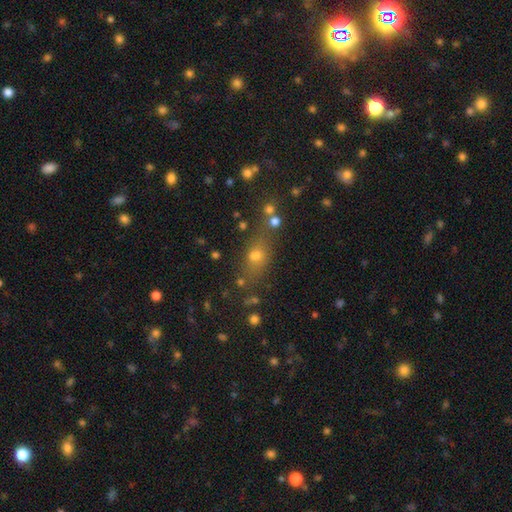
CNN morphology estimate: Smooth or featured?
  - smooth: 49% *
  - star or artifact: 39%
  - featured or disk: 12%
Merging?
  - none: 73% *
  - minor disturbance: 11%
  - merger: 10%
  - major disturbance: 5%